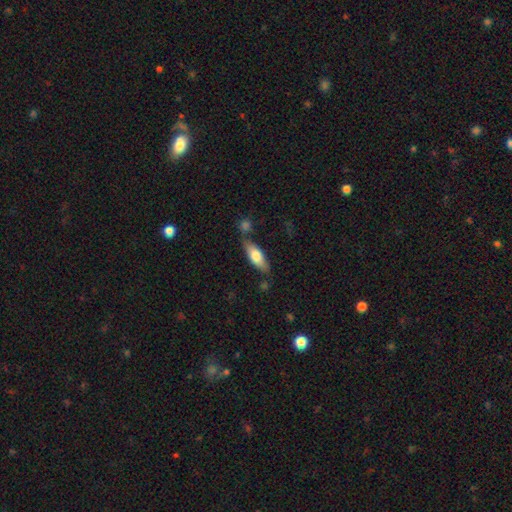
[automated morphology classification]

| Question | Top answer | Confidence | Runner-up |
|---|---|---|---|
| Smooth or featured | smooth | 70% | featured or disk (24%) |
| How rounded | in between | 65% | cigar-shaped (33%) |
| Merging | none | 64% | minor disturbance (18%) |